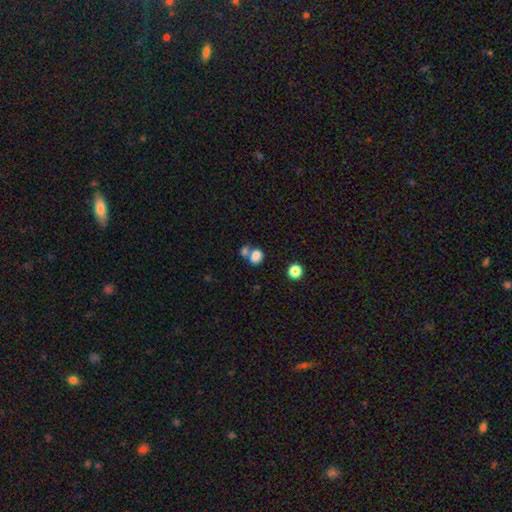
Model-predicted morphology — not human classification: type=smooth (81%); roundness=in between (58%); merging=merger (48%).